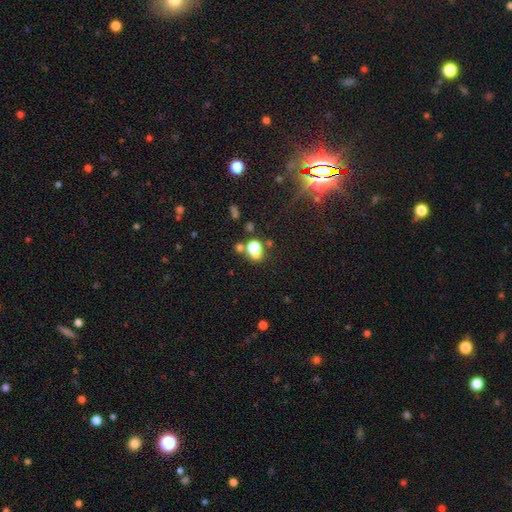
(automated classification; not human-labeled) This is likely a smooth galaxy (67%). How rounded: likely round (64%). Merging: possibly none (49%).